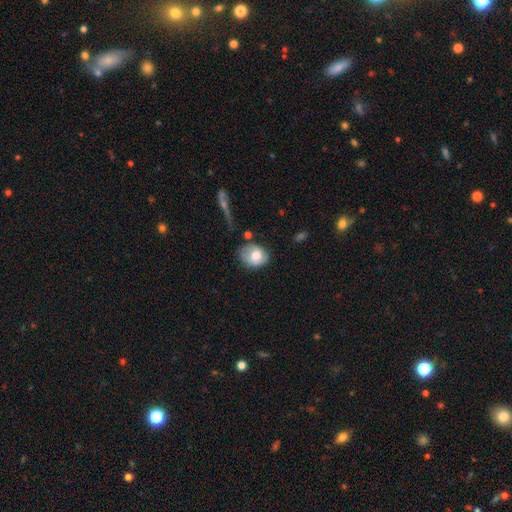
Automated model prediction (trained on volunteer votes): smooth-or-featured: smooth: 68% | featured or disk: 25% | star or artifact: 8%
  how-rounded: in between: 51% | round: 48% | cigar-shaped: 1%
  merging: none: 62% | minor disturbance: 25% | major disturbance: 7% | merger: 6%